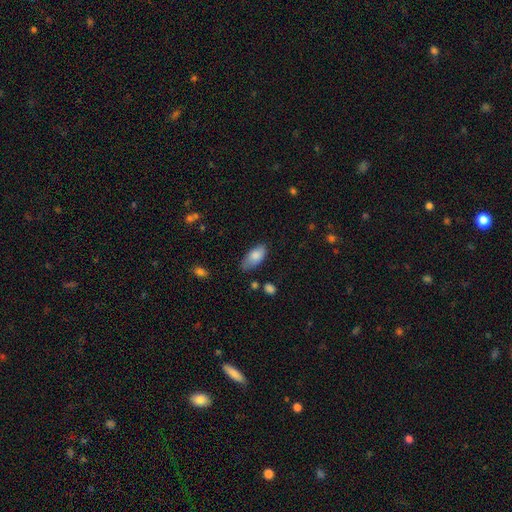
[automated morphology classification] The model was most divided on "merging": none: 67%, minor disturbance: 26%, major disturbance: 5%, merger: 2%. More confident: how rounded — in between (92%); smooth or featured — smooth (82%).